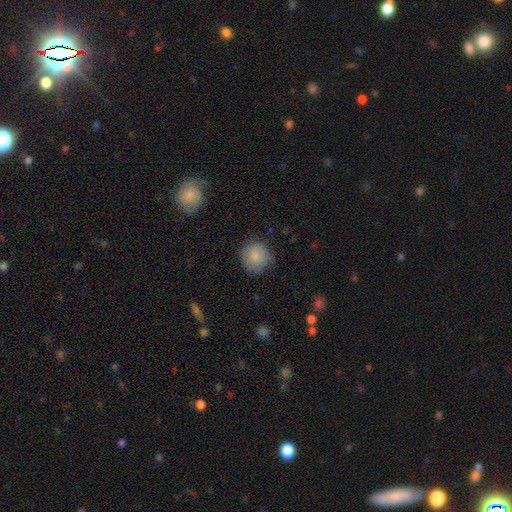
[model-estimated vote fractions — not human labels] This is clearly a smooth galaxy (84%). How rounded: clearly round (88%). Merging: likely none (75%).